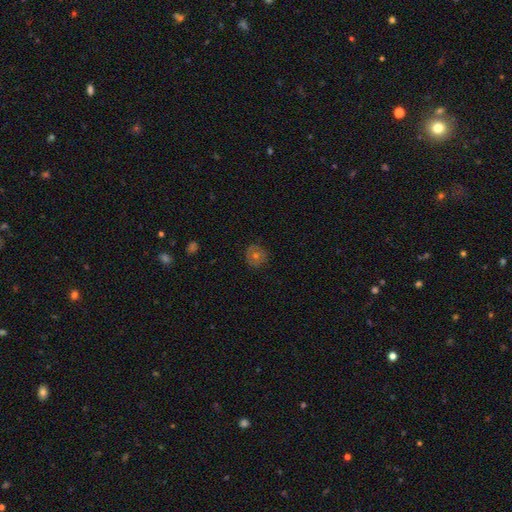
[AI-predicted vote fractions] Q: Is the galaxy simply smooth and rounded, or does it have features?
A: smooth — 51%.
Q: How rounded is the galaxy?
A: round — 91%.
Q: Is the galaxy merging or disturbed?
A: none — 84%.